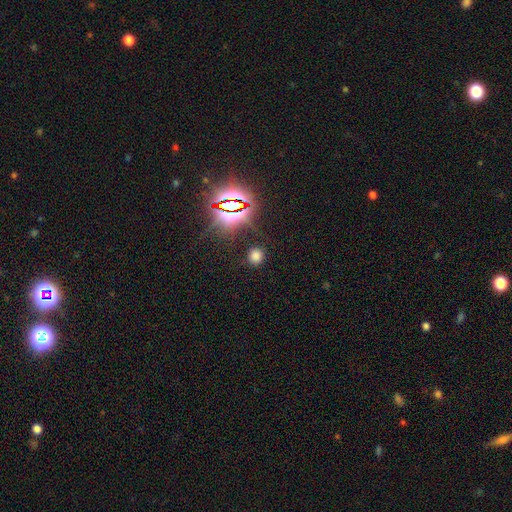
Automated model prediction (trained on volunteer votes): This is likely a smooth galaxy (65%). How rounded: clearly round (80%). Merging: clearly none (85%).